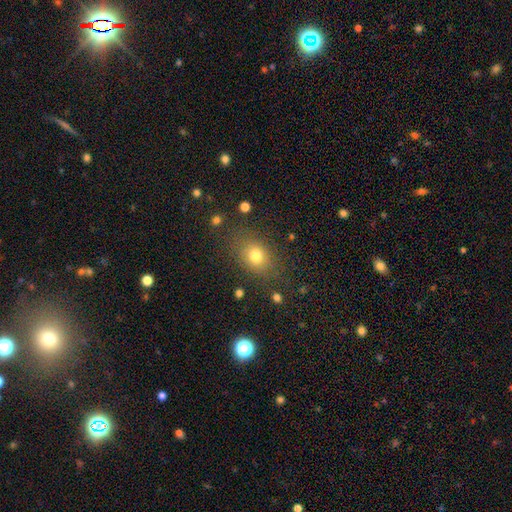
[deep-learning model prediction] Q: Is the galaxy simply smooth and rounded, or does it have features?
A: smooth — 76%.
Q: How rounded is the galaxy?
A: in between — 61%.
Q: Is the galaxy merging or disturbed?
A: none — 81%.